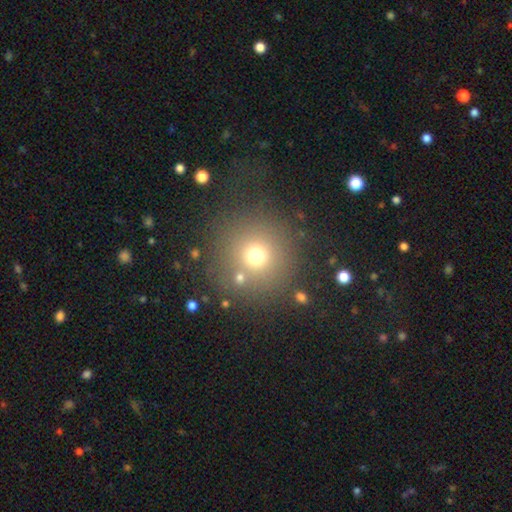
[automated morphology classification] smooth 68%, star or artifact 21%, featured or disk 11%. Down the decision tree: how rounded — round (94%); merging — none (79%).